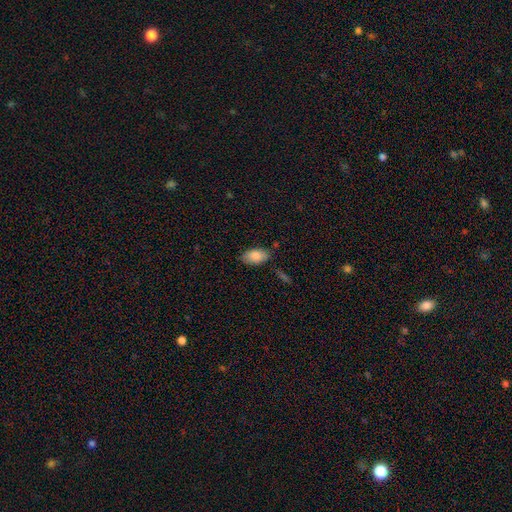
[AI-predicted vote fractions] A smooth galaxy with no disk features (86%) that is in between round and cigar-shaped (93%).

Vote fractions:
- Smooth or featured? smooth: 86% / star or artifact: 7% / featured or disk: 7%
- How rounded? in between: 93% / round: 3% / cigar-shaped: 3%
- Merging? none: 78% / minor disturbance: 16% / major disturbance: 3% / merger: 3%